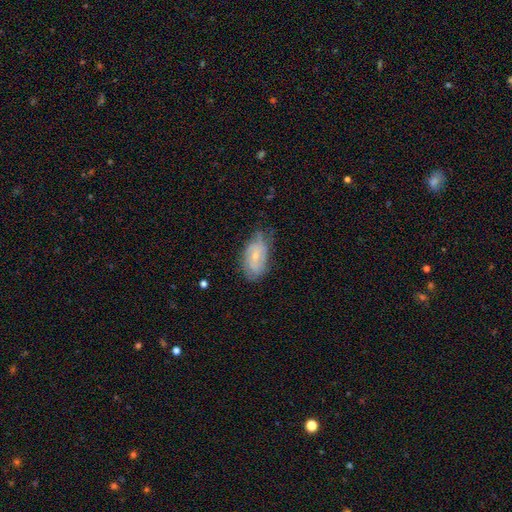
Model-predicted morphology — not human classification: type=featured or disk (60%); edge-on=no (94%); bar=no (48%); spiral arms=yes (80%); bulge=small (62%); merging=none (59%).